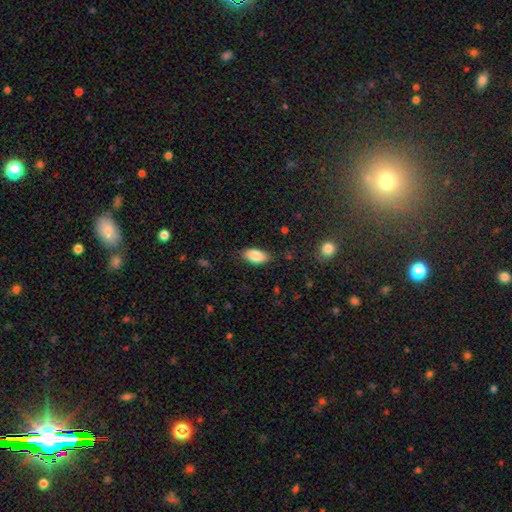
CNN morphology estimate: Overall: smooth (87%). How rounded: in between (92%). Merging: none (83%).